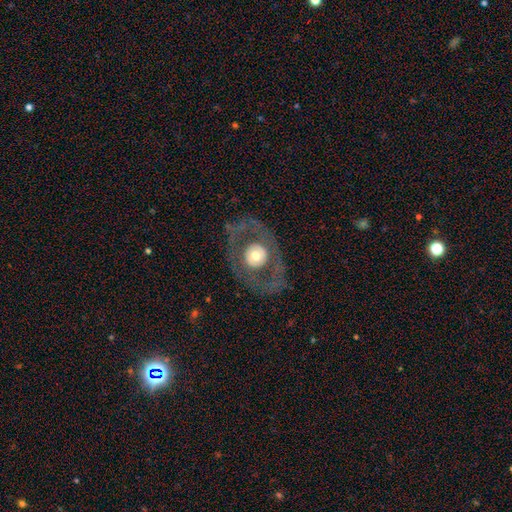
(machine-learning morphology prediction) featured or disk 56%, smooth 38%, star or artifact 6%. Down the decision tree: edge-on disk — no (92%); bar — no (88%); spiral arms — no (85%); bulge size — moderate (56%); merging — none (75%).